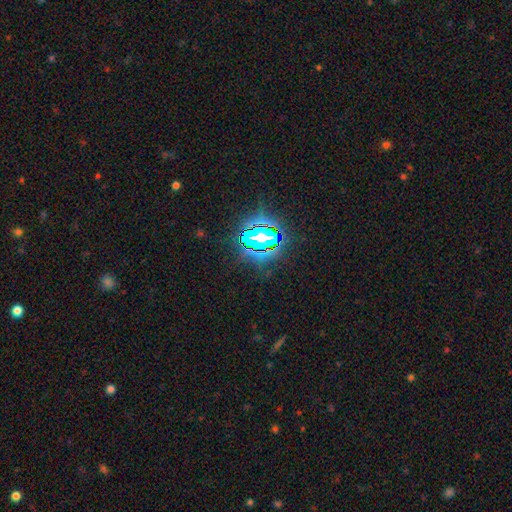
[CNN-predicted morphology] Overall: star or artifact (84%).